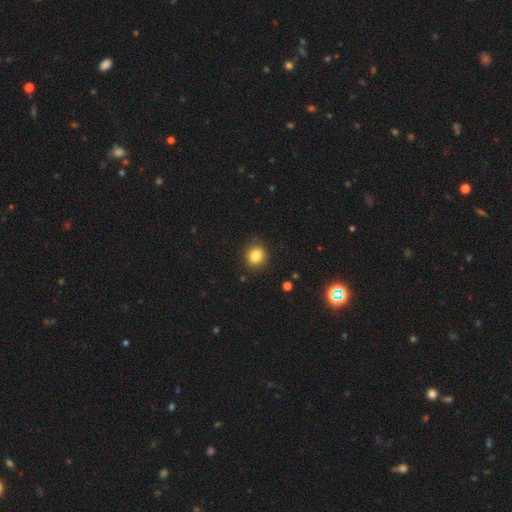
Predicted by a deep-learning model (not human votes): Smooth or featured? Predicted: smooth (p=0.83). How rounded? Predicted: round (p=0.81). Merging? Predicted: none (p=0.89).